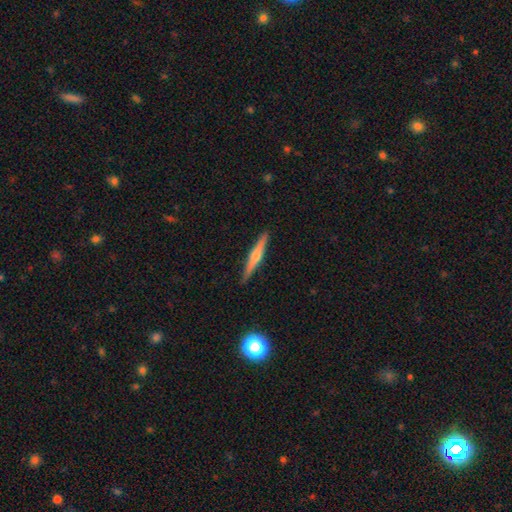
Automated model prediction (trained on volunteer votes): featured or disk 67%, smooth 27%, star or artifact 6%. Down the decision tree: edge-on disk — yes (98%); edge-on bulge — rounded (87%); merging — none (91%).